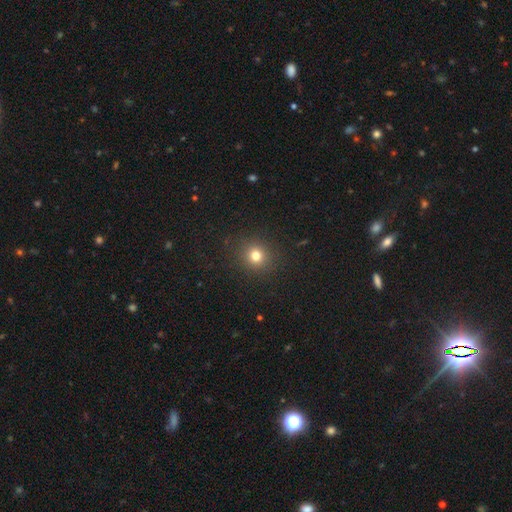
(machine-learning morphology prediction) Smooth or featured? Predicted: smooth (p=0.77). How rounded? Predicted: round (p=0.90). Merging? Predicted: none (p=0.90).